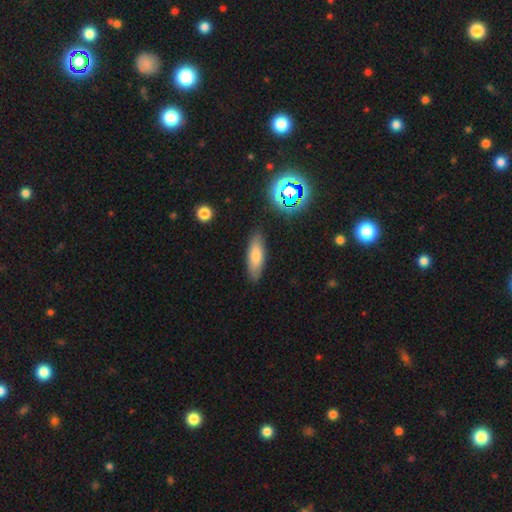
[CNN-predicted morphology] Q: Smooth or featured?
A: smooth (71%); runner-up: featured or disk (18%)
Q: How rounded?
A: in between (56%); runner-up: cigar-shaped (41%)
Q: Merging?
A: none (86%); runner-up: minor disturbance (10%)